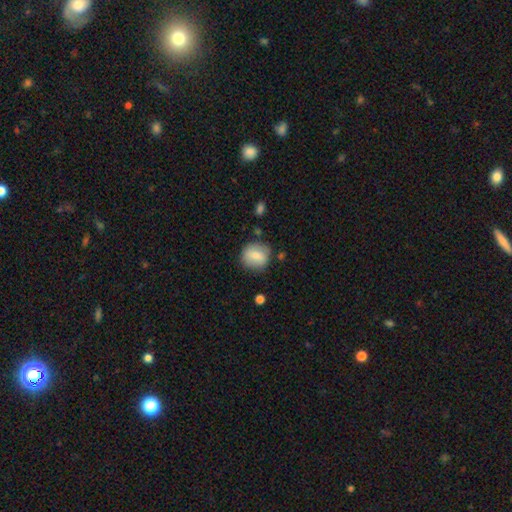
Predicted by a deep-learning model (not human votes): Q: Smooth or featured?
A: smooth (75%); runner-up: featured or disk (17%)
Q: How rounded?
A: round (82%); runner-up: in between (17%)
Q: Merging?
A: none (78%); runner-up: minor disturbance (15%)